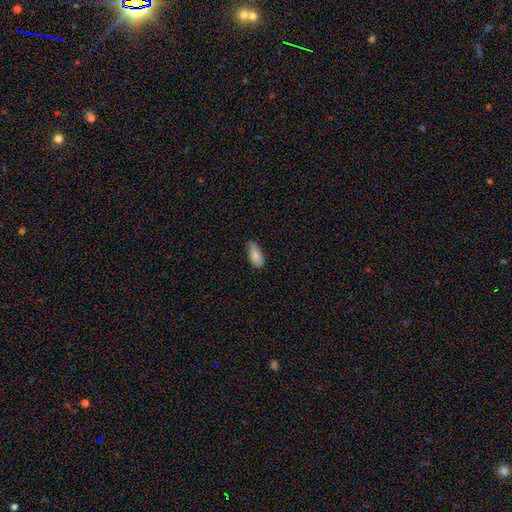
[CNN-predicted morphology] Smooth or featured? smooth (85%)
How rounded? in between (89%)
Merging? none (78%)